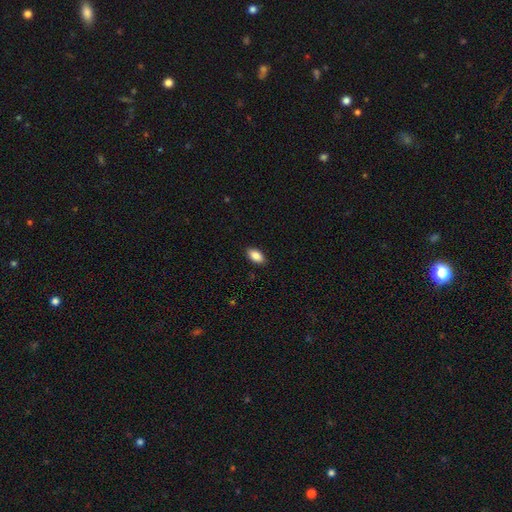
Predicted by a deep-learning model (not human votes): Morphology: type=smooth (88%); roundness=in between (93%); merging=none (89%).